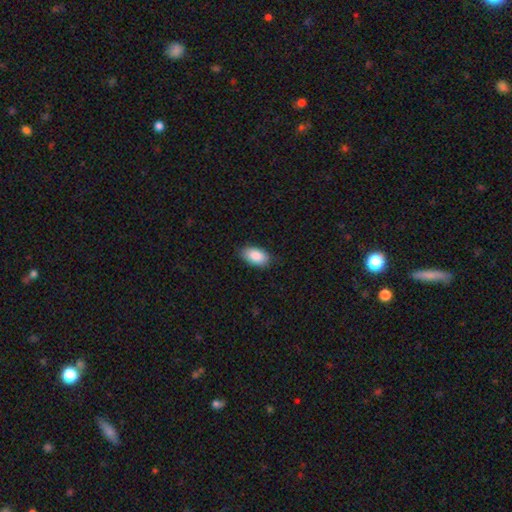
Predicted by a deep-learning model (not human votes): Morphology: type=smooth (88%); roundness=in between (94%); merging=none (84%).